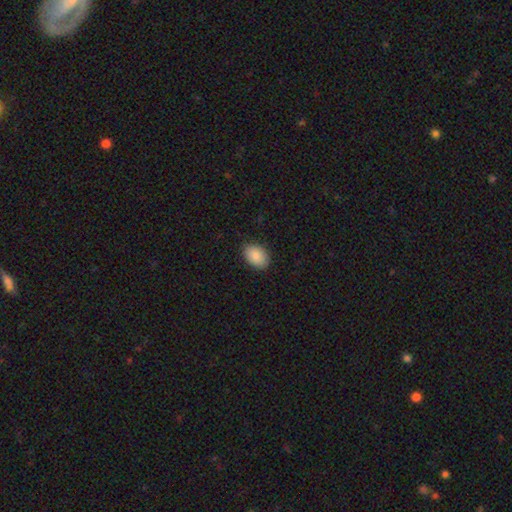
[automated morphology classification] smooth_or_featured: smooth (p=0.87) [alt: star or artifact p=0.07]
how_rounded: in between (p=0.85) [alt: round p=0.14]
merging: none (p=0.86) [alt: minor disturbance p=0.11]